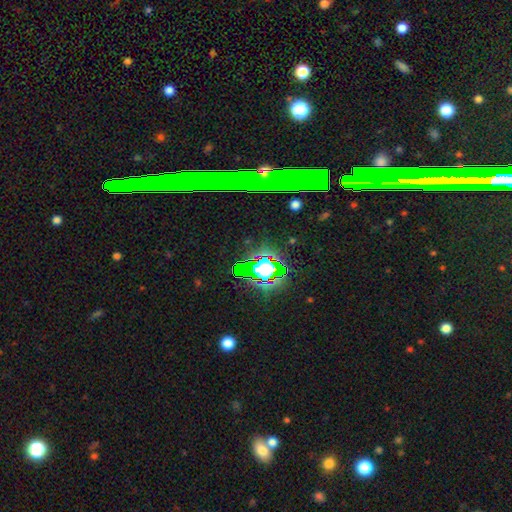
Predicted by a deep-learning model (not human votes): Smooth or featured? Predicted: star or artifact (p=0.71).